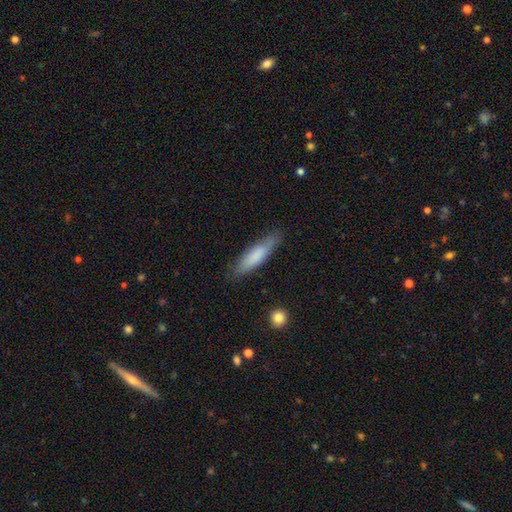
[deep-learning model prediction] A smooth galaxy with no disk features (77%) that is cigar-shaped (76%). Merging: none (80%).